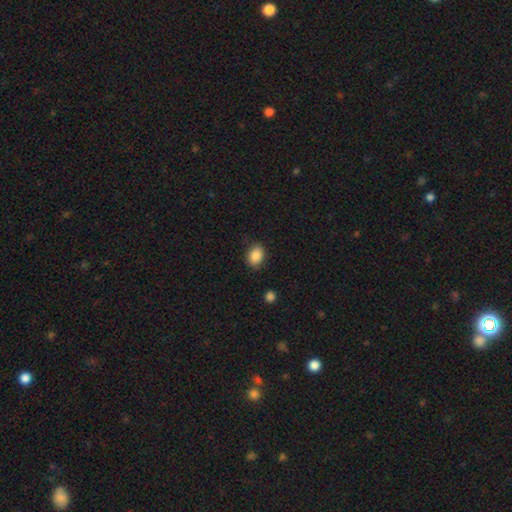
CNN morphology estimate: This appears to be a smooth galaxy with no disk features (87%) that is in between round and cigar-shaped (71%). Merging: none (82%).